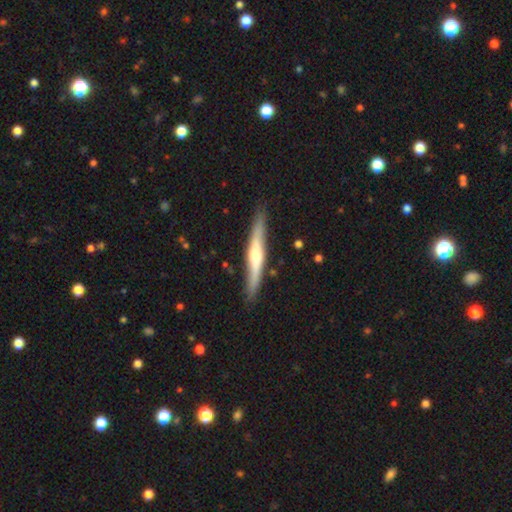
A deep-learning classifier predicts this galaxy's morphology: A featured or disk galaxy (57%) viewed edge-on (94%) with a rounded central bulge (59%).

Vote fractions:
- Smooth or featured? featured or disk: 57% / smooth: 38% / star or artifact: 5%
- Edge-on disk? yes: 94% / no: 6%
- Edge-on bulge? rounded: 59% / boxy: 21% / none: 20%
- Merging? none: 85% / minor disturbance: 11% / major disturbance: 2% / merger: 2%